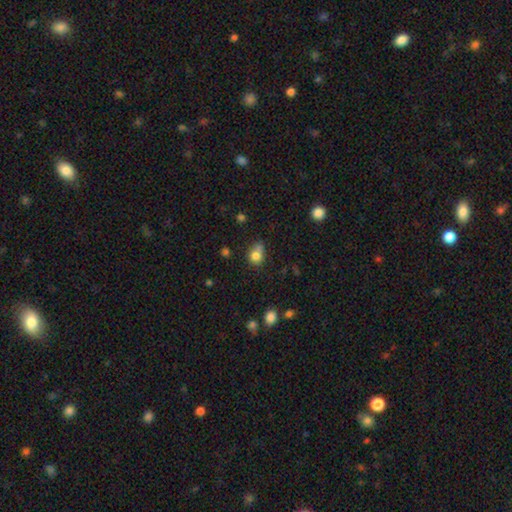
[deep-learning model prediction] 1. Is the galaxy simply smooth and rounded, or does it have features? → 80% smooth, 12% star or artifact, 9% featured or disk.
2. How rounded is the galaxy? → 56% round, 43% in between, 1% cigar-shaped.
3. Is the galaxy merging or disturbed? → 42% none, 30% minor disturbance, 16% merger, 11% major disturbance.